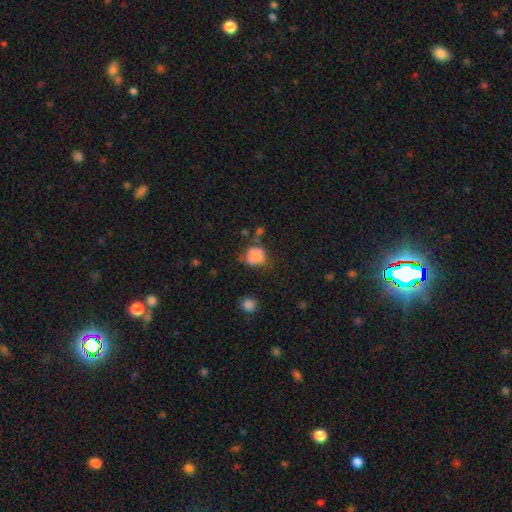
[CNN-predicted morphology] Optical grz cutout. It shows a smooth galaxy with no disk features (63%) that is round (64%). Merging: none (40%).